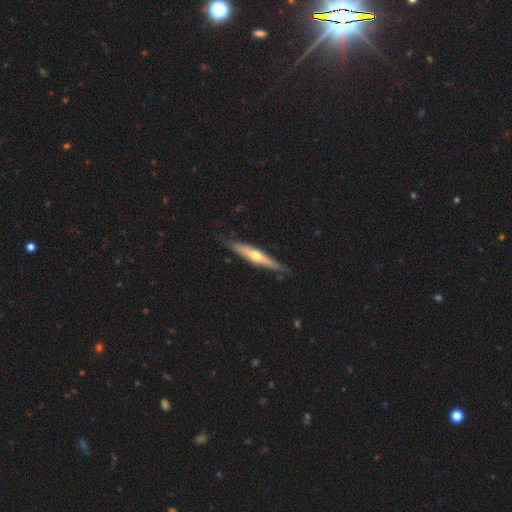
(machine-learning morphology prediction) Smooth or featured?
  - featured or disk: 57% *
  - smooth: 38%
  - star or artifact: 5%
Edge-on disk?
  - yes: 92% *
  - no: 8%
Edge-on bulge?
  - rounded: 88% *
  - none: 9%
  - boxy: 3%
Merging?
  - none: 82% *
  - minor disturbance: 14%
  - major disturbance: 3%
  - merger: 1%